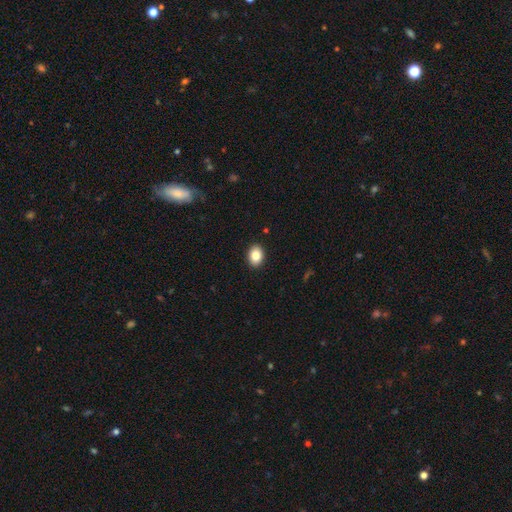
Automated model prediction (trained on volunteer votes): The model was most divided on "how rounded": in between: 71%, round: 28%, cigar-shaped: 1%. More confident: merging — none (91%); smooth or featured — smooth (85%).